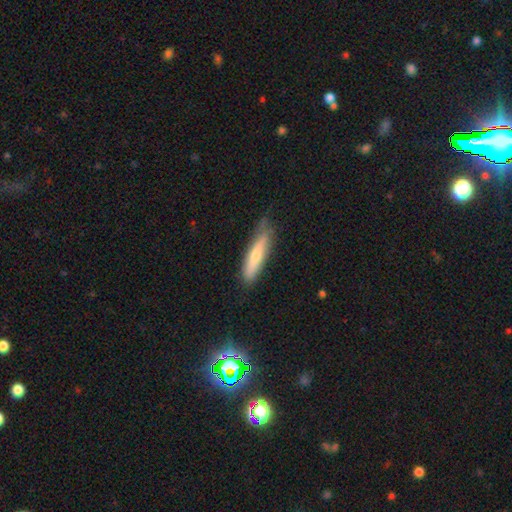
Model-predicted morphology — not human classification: Smooth or featured? Predicted: smooth (p=0.64). How rounded? Predicted: cigar-shaped (p=0.81). Merging? Predicted: none (p=0.67).